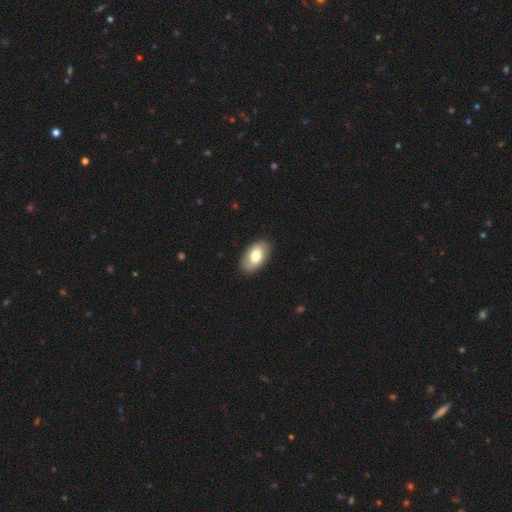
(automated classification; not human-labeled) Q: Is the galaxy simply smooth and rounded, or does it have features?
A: smooth — 72%.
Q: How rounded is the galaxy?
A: in between — 94%.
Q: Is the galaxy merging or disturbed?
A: none — 87%.